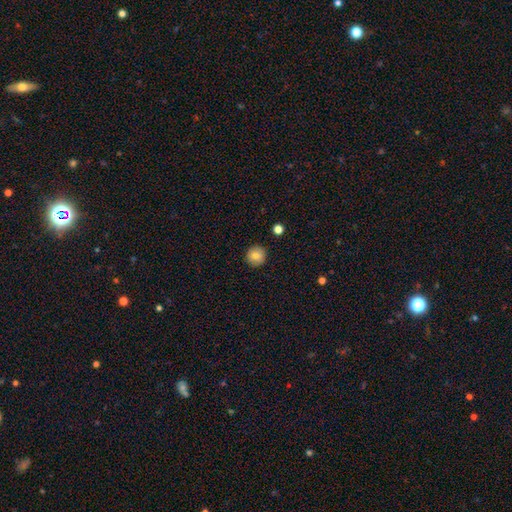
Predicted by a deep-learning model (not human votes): A smooth galaxy with no disk features (82%) that is round (95%). Merging: none (92%).